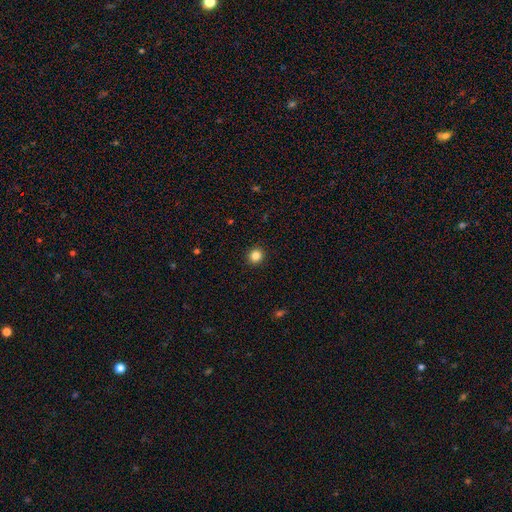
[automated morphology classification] Smooth or featured: smooth — 84% (star or artifact — 12%)
How rounded: round — 91% (in between — 8%)
Merging: none — 93% (minor disturbance — 5%)